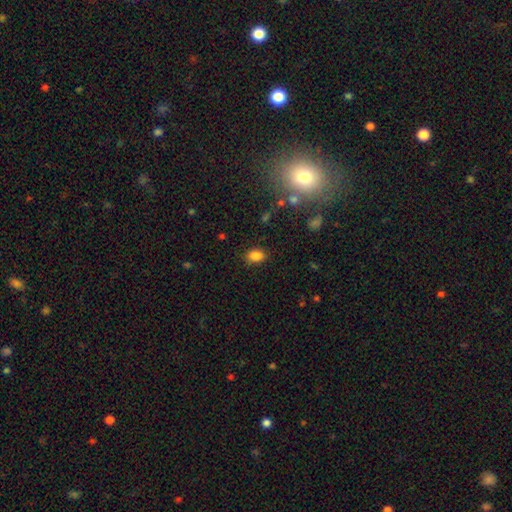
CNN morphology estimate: This appears to be a smooth galaxy with no disk features (84%) that is in between round and cigar-shaped (80%). Merging: none (85%).